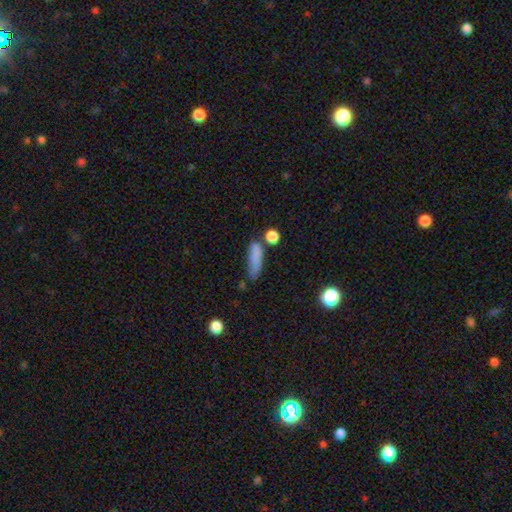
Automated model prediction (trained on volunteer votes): Smooth or featured?
  - smooth: 81% *
  - star or artifact: 10%
  - featured or disk: 10%
How rounded?
  - cigar-shaped: 54% *
  - in between: 42%
  - round: 4%
Merging?
  - none: 55% *
  - minor disturbance: 25%
  - merger: 10%
  - major disturbance: 10%